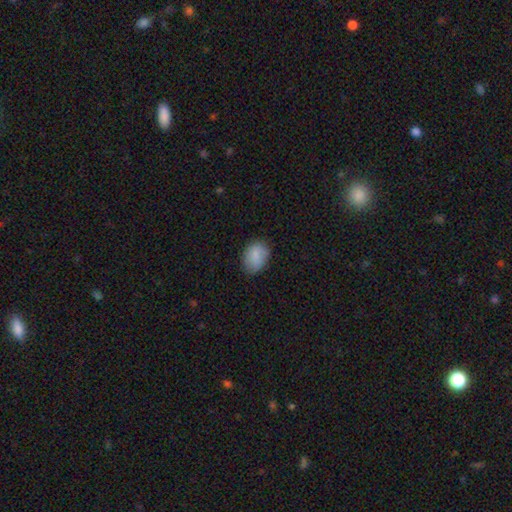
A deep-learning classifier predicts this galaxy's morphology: Smooth or featured? Predicted: smooth (p=0.84). How rounded? Predicted: in between (p=0.73). Merging? Predicted: none (p=0.75).